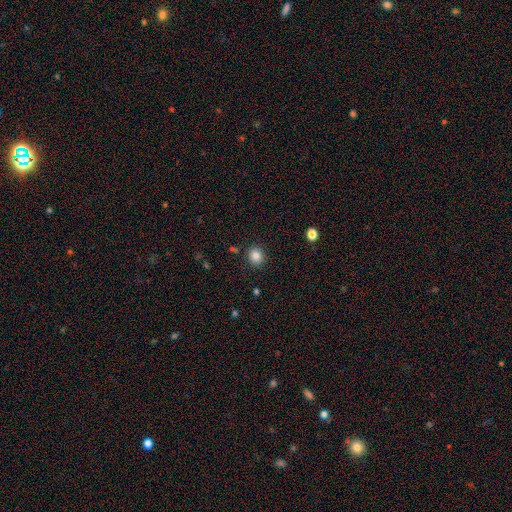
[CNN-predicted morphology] A smooth galaxy with no disk features (84%) that is round (80%). Merging: none (88%).